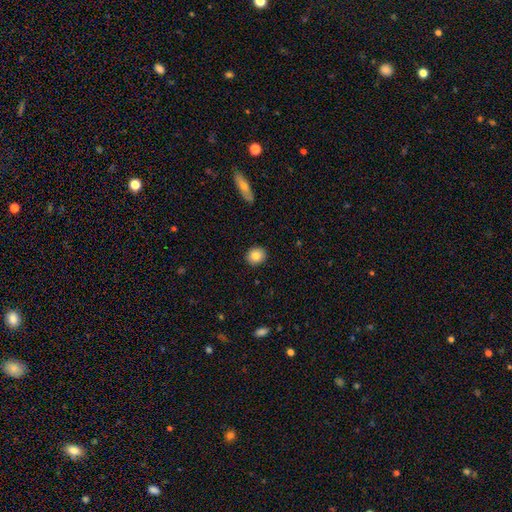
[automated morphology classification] type=smooth (84%); roundness=round (85%); merging=none (91%).